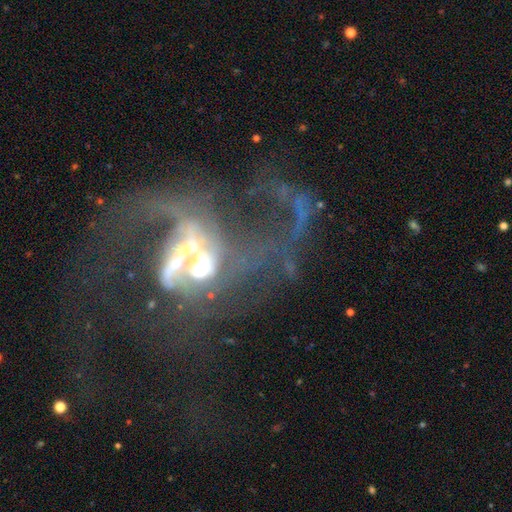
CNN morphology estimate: featured or disk 77%, star or artifact 14%, smooth 9%. Down the decision tree: edge-on disk — no (96%); bar — no (48%); spiral arms — yes (73%); spiral arm count — 2 (45%); spiral winding — loose (73%); bulge size — moderate (51%); merging — major disturbance (46%).